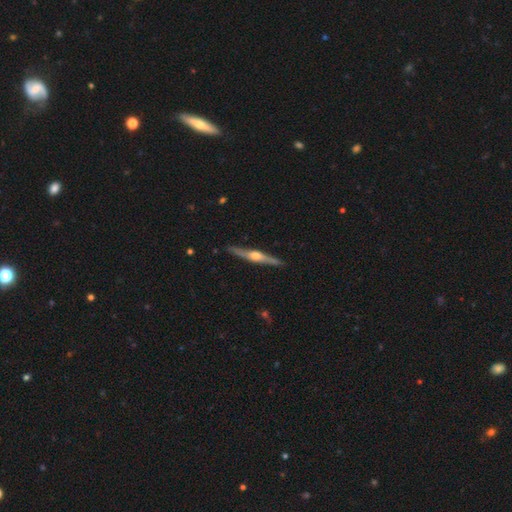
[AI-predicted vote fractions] smooth_or_featured: featured or disk (p=0.78) [alt: smooth p=0.18]
disk_edge_on: yes (p=0.98) [alt: no p=0.02]
edge_on_bulge: rounded (p=0.92) [alt: boxy p=0.05]
merging: none (p=0.90) [alt: minor disturbance p=0.08]